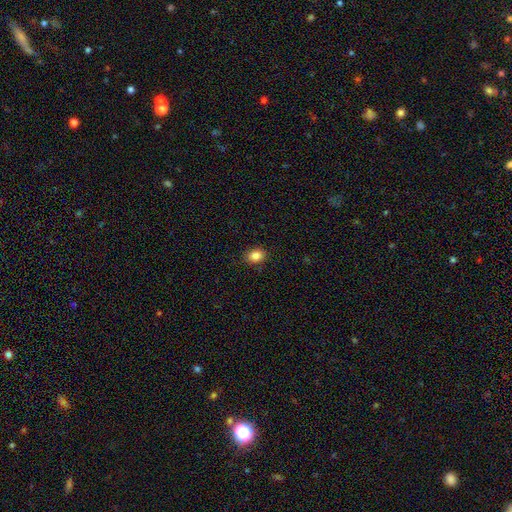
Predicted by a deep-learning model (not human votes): Morphology: type=smooth (85%); roundness=in between (62%); merging=none (88%).